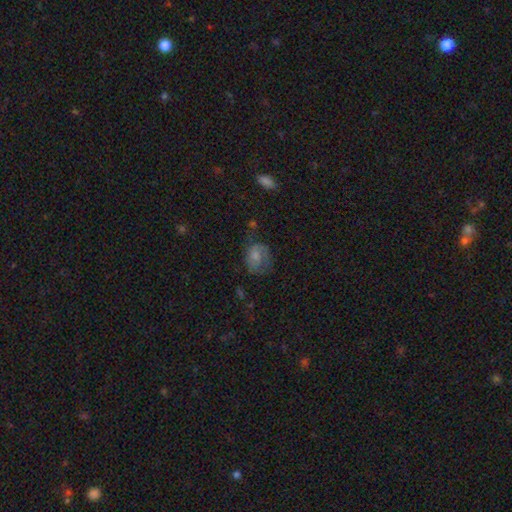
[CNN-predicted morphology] Smooth or featured?
  - smooth: 56% *
  - featured or disk: 34%
  - star or artifact: 10%
How rounded?
  - in between: 52% *
  - round: 47%
  - cigar-shaped: 1%
Merging?
  - none: 46% *
  - minor disturbance: 29%
  - major disturbance: 23%
  - merger: 2%